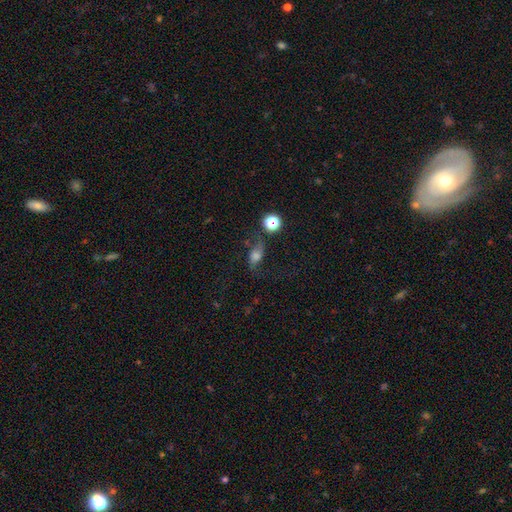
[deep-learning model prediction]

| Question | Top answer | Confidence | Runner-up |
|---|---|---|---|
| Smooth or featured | smooth | 44% | featured or disk (37%) |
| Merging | none | 53% | minor disturbance (23%) |